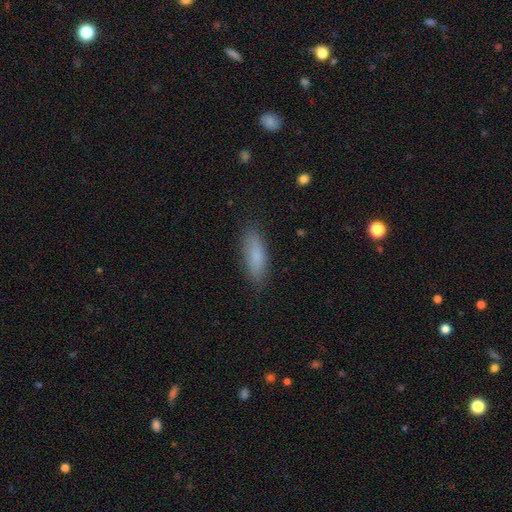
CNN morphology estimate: smooth_or_featured: smooth (p=0.83) [alt: featured or disk p=0.11]
how_rounded: in between (p=0.59) [alt: cigar-shaped p=0.39]
merging: none (p=0.85) [alt: minor disturbance p=0.11]